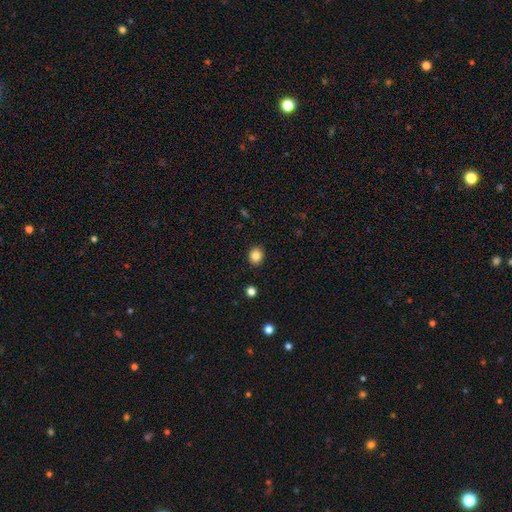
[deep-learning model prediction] This is clearly a smooth galaxy (84%). How rounded: likely round (71%). Merging: clearly none (91%).